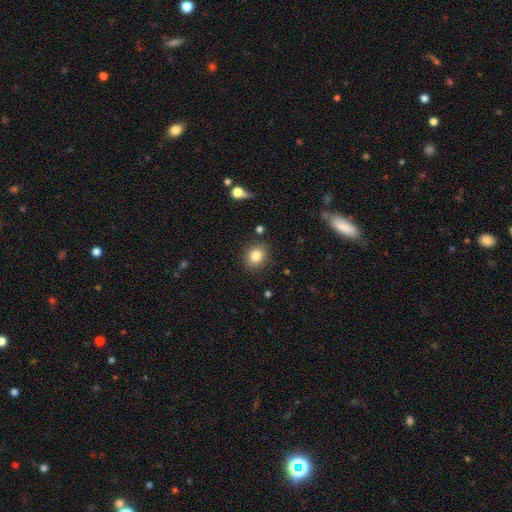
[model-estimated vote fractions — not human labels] The model was most divided on "how rounded": round: 72%, in between: 27%, cigar-shaped: 1%. More confident: merging — none (87%); smooth or featured — smooth (82%).